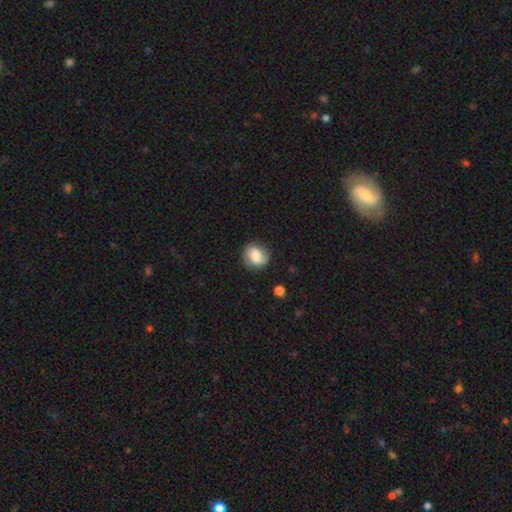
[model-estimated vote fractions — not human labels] smooth-or-featured: smooth: 58% | featured or disk: 34% | star or artifact: 9%
  how-rounded: round: 76% | in between: 23% | cigar-shaped: 1%
  merging: none: 80% | minor disturbance: 14% | major disturbance: 4% | merger: 2%